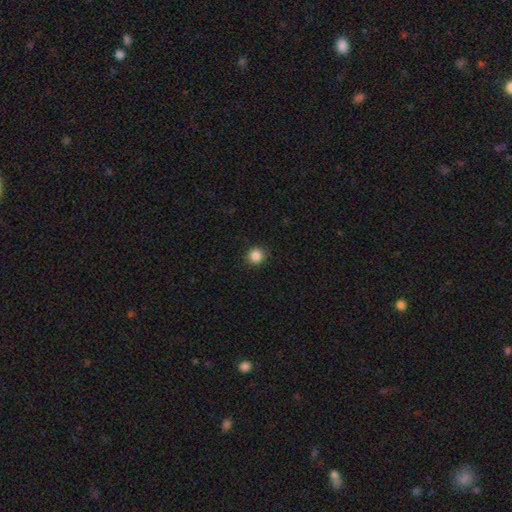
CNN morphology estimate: The model was most divided on "smooth or featured": smooth: 86%, star or artifact: 11%, featured or disk: 3%. More confident: merging — none (91%); how rounded — round (91%).